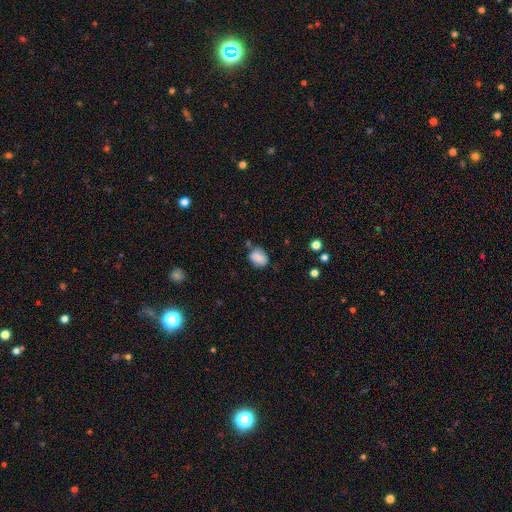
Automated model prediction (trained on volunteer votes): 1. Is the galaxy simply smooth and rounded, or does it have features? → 84% smooth, 9% star or artifact, 8% featured or disk.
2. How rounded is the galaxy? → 61% in between, 38% round, 1% cigar-shaped.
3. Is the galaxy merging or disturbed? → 65% none, 22% minor disturbance, 7% merger, 5% major disturbance.